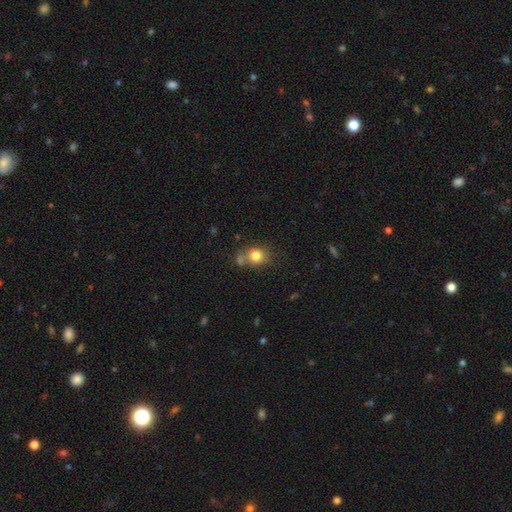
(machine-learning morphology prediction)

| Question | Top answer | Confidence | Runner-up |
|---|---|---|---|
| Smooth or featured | smooth | 79% | star or artifact (11%) |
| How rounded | round | 68% | in between (31%) |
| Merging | none | 53% | merger (25%) |